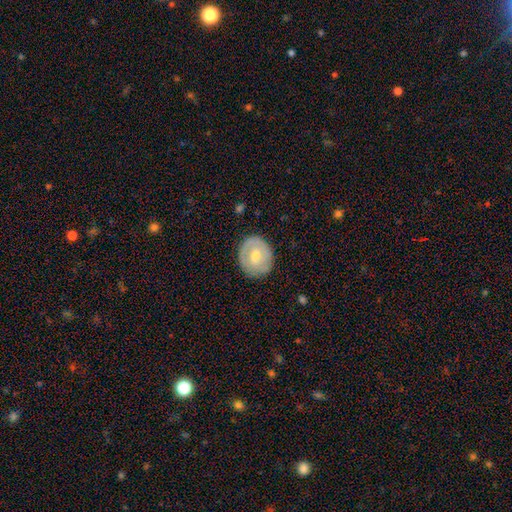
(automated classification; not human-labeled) Morphology: type=featured or disk (51%); edge-on=no (96%); merging=none (81%).